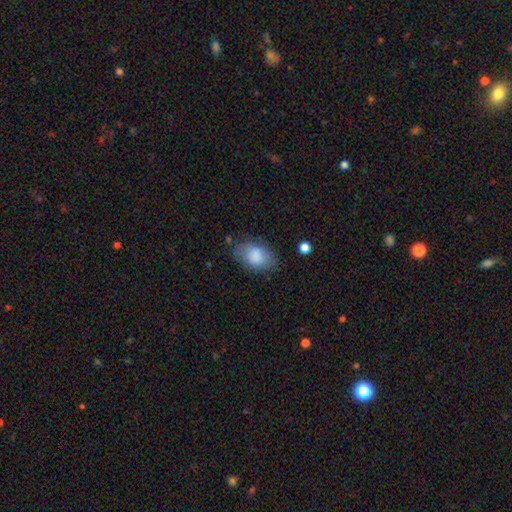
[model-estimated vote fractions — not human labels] smooth 82%, featured or disk 11%, star or artifact 7%. Down the decision tree: how rounded — in between (87%); merging — none (68%).